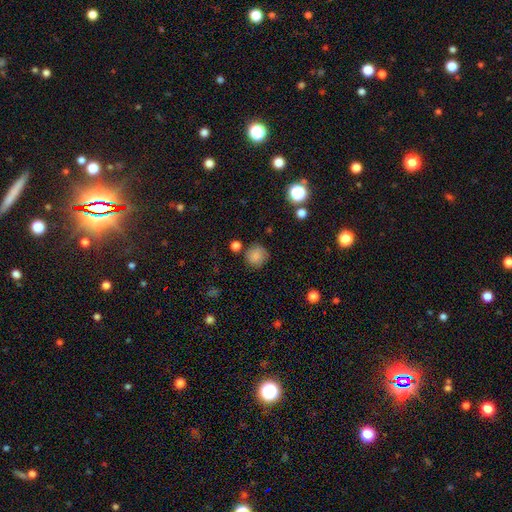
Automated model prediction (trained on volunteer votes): Smooth or featured? Predicted: smooth (p=0.82). How rounded? Predicted: round (p=0.91). Merging? Predicted: none (p=0.75).